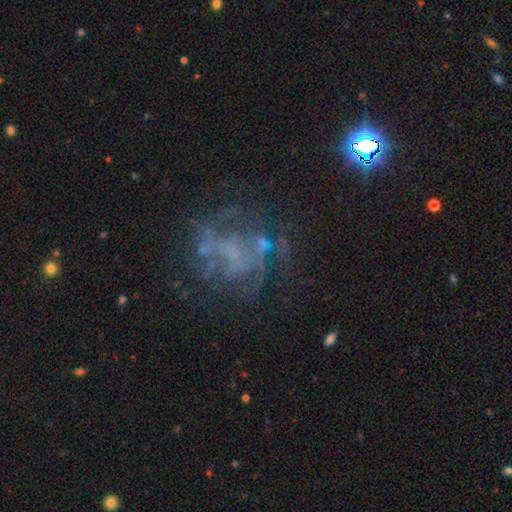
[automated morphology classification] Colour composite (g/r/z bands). It shows a featured or disk galaxy (58%) with no bar (79%), no spiral arms (63%) and no central bulge (70%). Merging: none (56%).